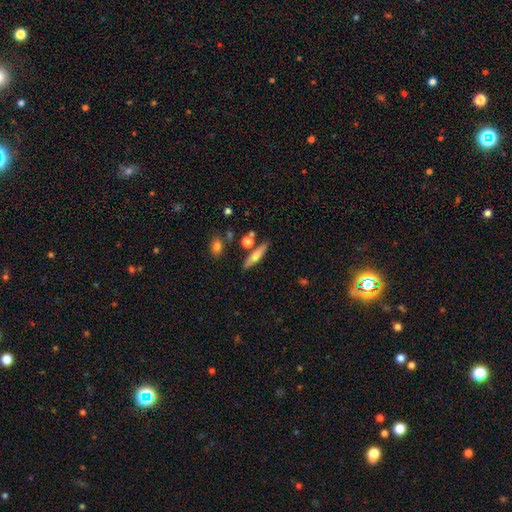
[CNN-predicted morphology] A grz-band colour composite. It shows a smooth galaxy with no disk features (62%) that is cigar-shaped (82%). Merging: none (78%).